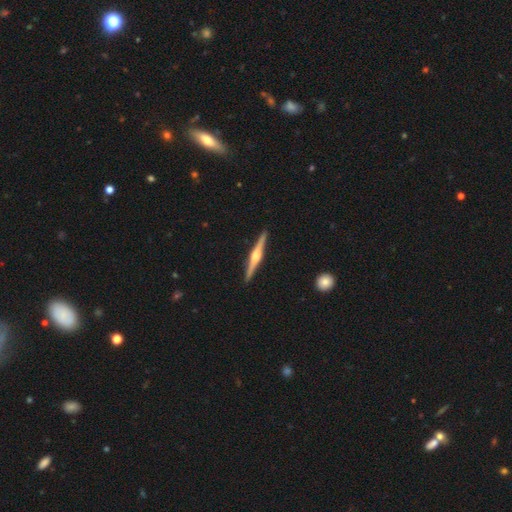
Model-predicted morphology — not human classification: featured or disk 83%, smooth 12%, star or artifact 4%. Down the decision tree: edge-on disk — yes (99%); edge-on bulge — rounded (86%); merging — none (93%).